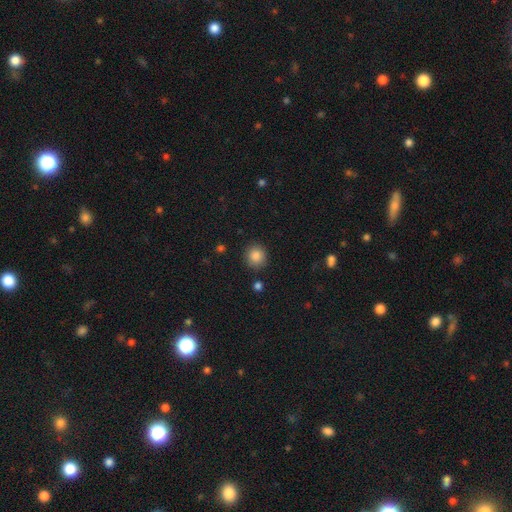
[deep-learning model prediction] smooth-or-featured: smooth: 86% | star or artifact: 10% | featured or disk: 4%
  how-rounded: round: 89% | in between: 10% | cigar-shaped: 1%
  merging: none: 89% | minor disturbance: 7% | major disturbance: 2% | merger: 2%